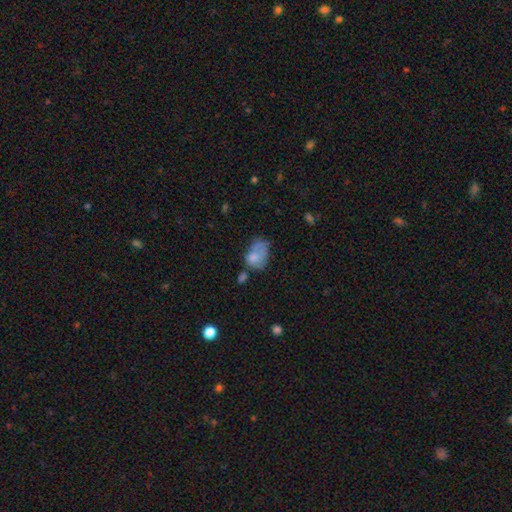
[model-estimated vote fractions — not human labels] smooth_or_featured: smooth (p=0.70) [alt: featured or disk p=0.20]
how_rounded: in between (p=0.78) [alt: round p=0.21]
merging: major disturbance (p=0.32) [alt: minor disturbance p=0.28]